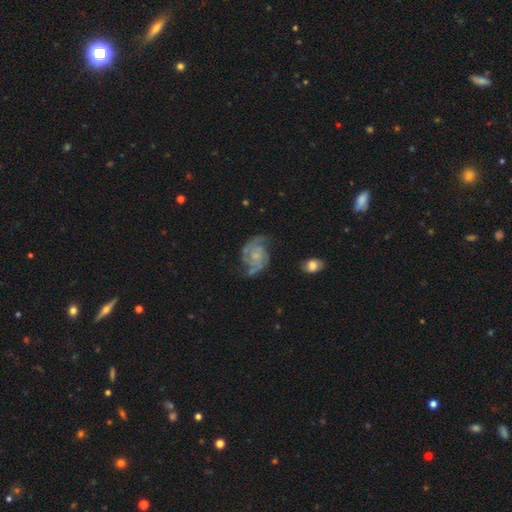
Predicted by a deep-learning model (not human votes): A featured or disk galaxy (84%) with no bar (68%), 2 (71%) medium (46%) spiral arms (95%) and a small central bulge (50%).

Vote fractions:
- Smooth or featured? featured or disk: 84% / smooth: 9% / star or artifact: 6%
- Edge-on disk? no: 98% / yes: 2%
- Bar? no: 68% / weak: 27% / strong: 5%
- Spiral arms? yes: 95% / no: 5%
- Spiral winding? medium: 46% / tight: 38% / loose: 16%
- Spiral arm count? 2: 71% / 3: 10% / can't tell: 10% / 1: 3% / 4: 3% / more than 4: 2%
- Bulge size? small: 50% / none: 27% / moderate: 19% / large: 3% / dominant: 1%
- Merging? none: 61% / minor disturbance: 22% / major disturbance: 14% / merger: 3%